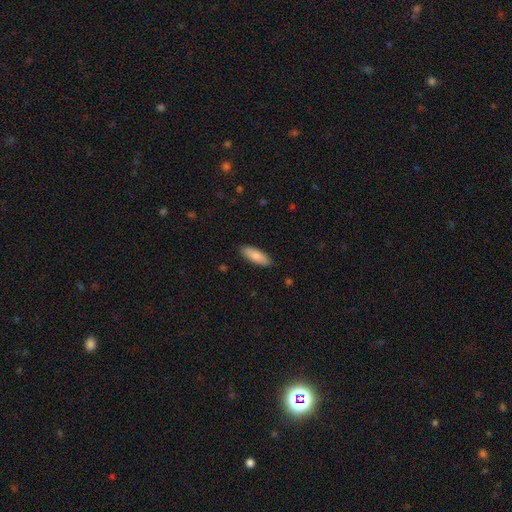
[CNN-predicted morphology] smooth 85%, featured or disk 10%, star or artifact 5%. Down the decision tree: how rounded — in between (62%); merging — none (88%).